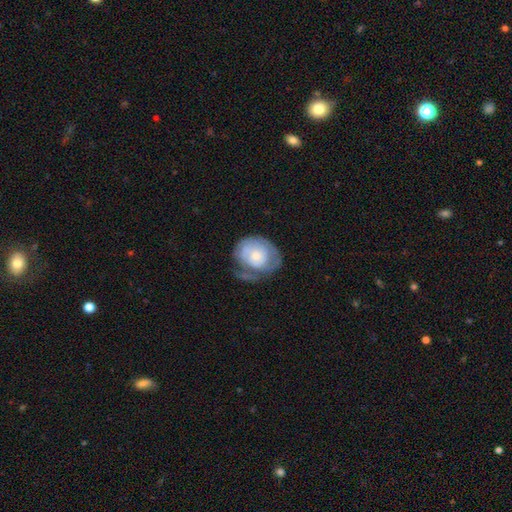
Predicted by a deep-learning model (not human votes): smooth_or_featured: featured or disk (p=0.51) [alt: smooth p=0.43]
disk_edge_on: no (p=0.97) [alt: yes p=0.03]
merging: none (p=0.41) [alt: minor disturbance p=0.31]